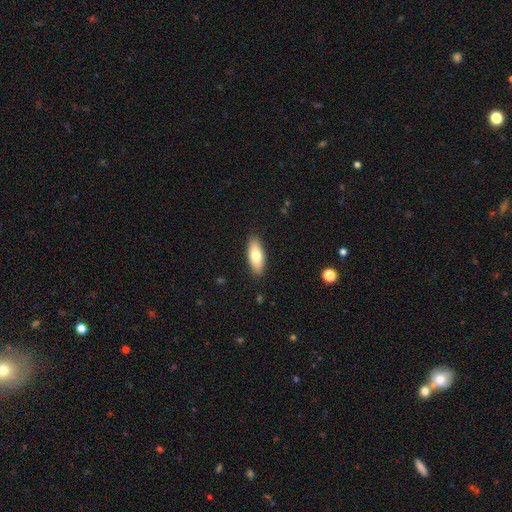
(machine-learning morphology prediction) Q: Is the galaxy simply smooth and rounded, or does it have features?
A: smooth — 74%.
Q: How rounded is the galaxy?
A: in between — 78%.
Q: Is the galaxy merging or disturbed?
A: none — 89%.